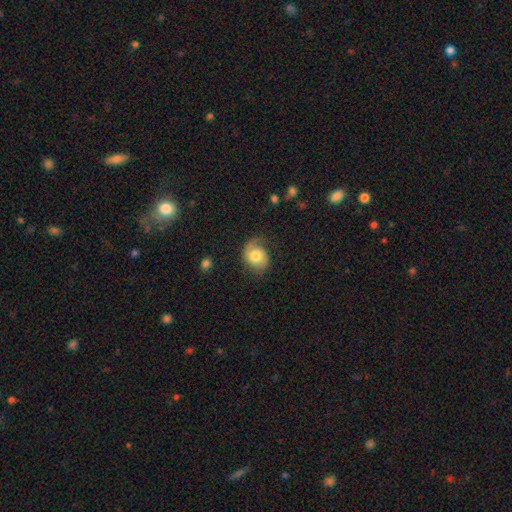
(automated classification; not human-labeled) This appears to be a smooth galaxy with no disk features (55%) that is round (57%). Merging: none (55%).